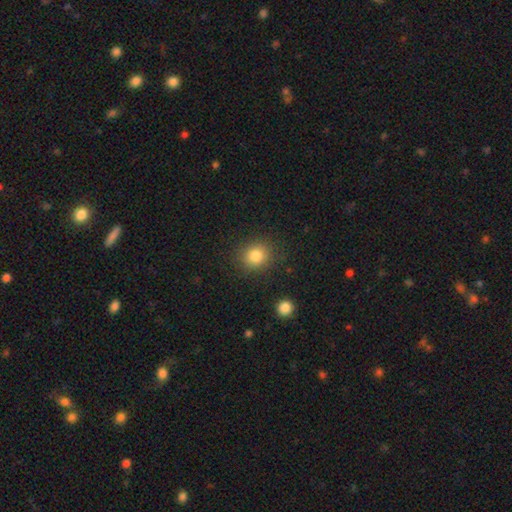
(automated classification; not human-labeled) smooth 83%, star or artifact 11%, featured or disk 6%. Down the decision tree: how rounded — round (79%); merging — none (86%).